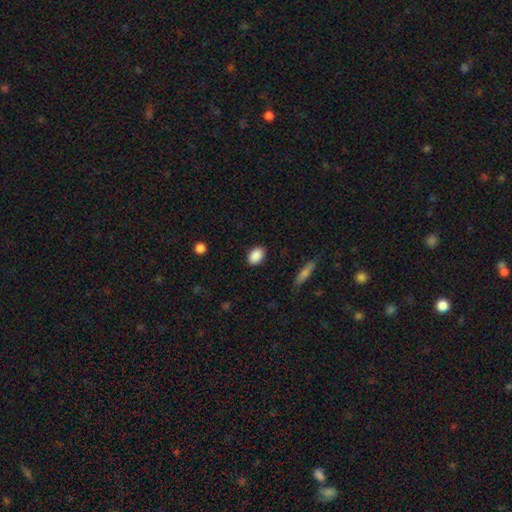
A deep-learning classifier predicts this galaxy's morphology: Q: Smooth or featured?
A: smooth (89%); runner-up: star or artifact (7%)
Q: How rounded?
A: in between (83%); runner-up: round (16%)
Q: Merging?
A: none (88%); runner-up: minor disturbance (8%)